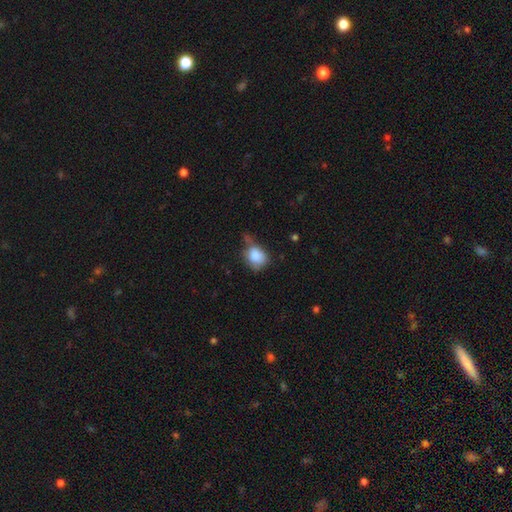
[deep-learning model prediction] A smooth galaxy with no disk features (84%) that is round (51%).

Vote fractions:
- Smooth or featured? smooth: 84% / star or artifact: 9% / featured or disk: 7%
- How rounded? round: 51% / in between: 47% / cigar-shaped: 1%
- Merging? none: 40% / minor disturbance: 35% / major disturbance: 14% / merger: 11%